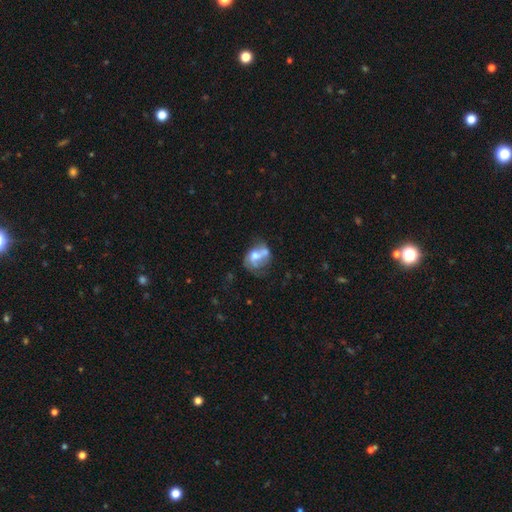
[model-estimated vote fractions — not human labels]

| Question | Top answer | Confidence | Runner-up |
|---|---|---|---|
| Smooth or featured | featured or disk | 49% | smooth (42%) |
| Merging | merger | 39% | none (27%) |